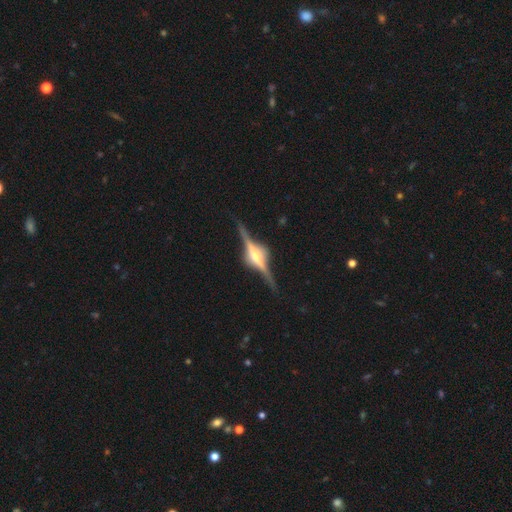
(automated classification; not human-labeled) A featured or disk galaxy (89%) viewed edge-on (97%) with a rounded central bulge (86%). Merging: none (86%).